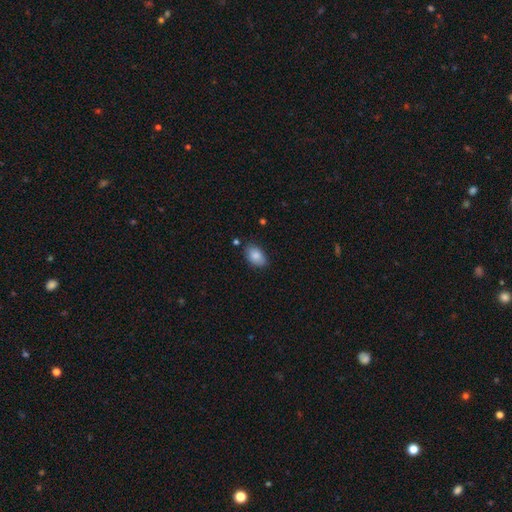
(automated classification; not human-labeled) smooth-or-featured: smooth: 85% | featured or disk: 8% | star or artifact: 7%
  how-rounded: in between: 90% | round: 9% | cigar-shaped: 1%
  merging: none: 76% | minor disturbance: 18% | major disturbance: 3% | merger: 3%